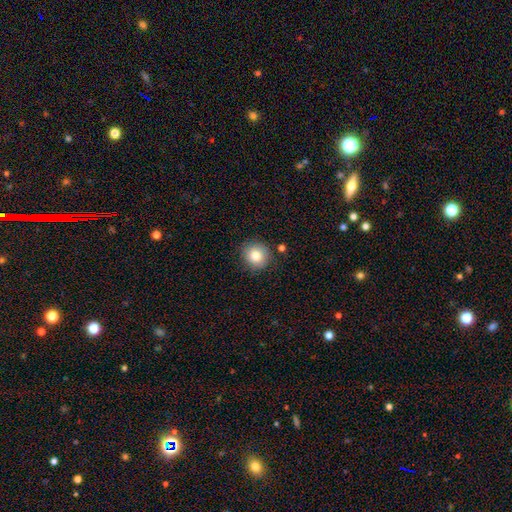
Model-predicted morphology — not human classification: The model was most divided on "smooth or featured": smooth: 82%, star or artifact: 10%, featured or disk: 8%. More confident: how rounded — round (88%); merging — none (84%).